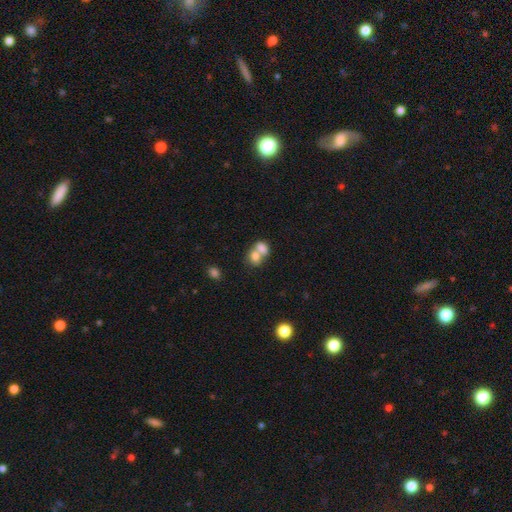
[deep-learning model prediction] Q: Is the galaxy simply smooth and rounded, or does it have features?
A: smooth — 75%.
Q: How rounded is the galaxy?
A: in between — 63%.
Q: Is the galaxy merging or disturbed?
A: merger — 72%.